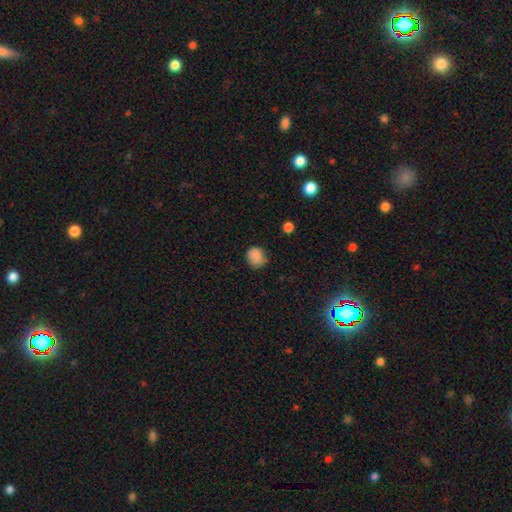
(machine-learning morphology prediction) type=smooth (85%); roundness=round (75%); merging=none (68%).